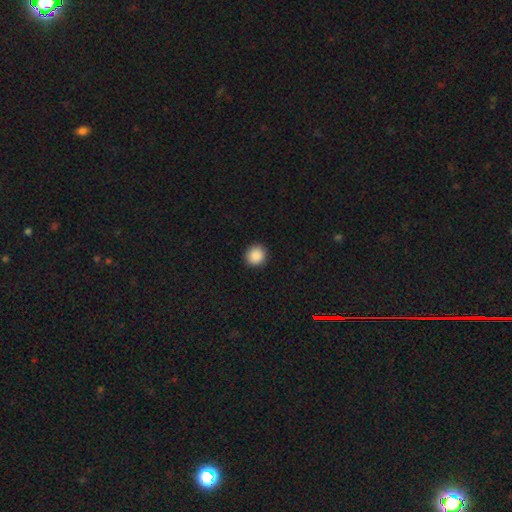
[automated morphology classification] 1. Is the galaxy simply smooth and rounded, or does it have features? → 89% smooth, 9% star or artifact, 2% featured or disk.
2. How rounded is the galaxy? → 91% round, 8% in between, 1% cigar-shaped.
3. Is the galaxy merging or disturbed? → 92% none, 6% minor disturbance, 2% major disturbance, 1% merger.